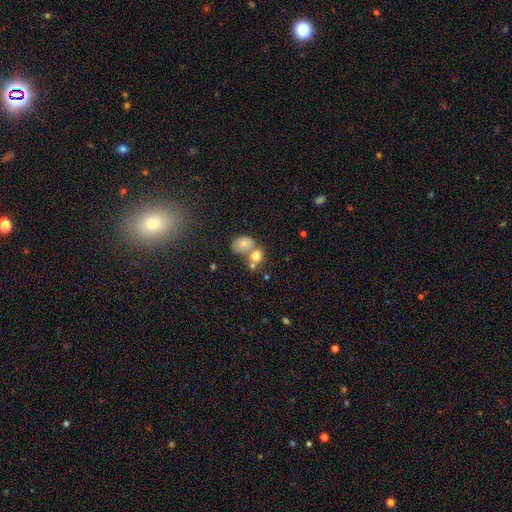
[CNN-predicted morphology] Smooth or featured: smooth — 74% (featured or disk — 15%)
How rounded: in between — 50% (round — 49%)
Merging: merger — 52% (none — 33%)